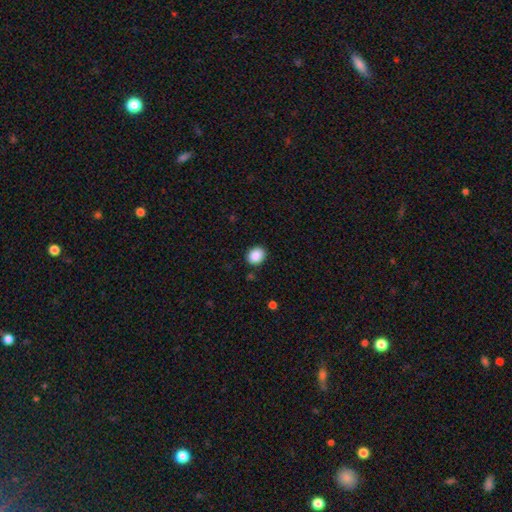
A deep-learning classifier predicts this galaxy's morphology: Smooth or featured?
  - smooth: 88% *
  - star or artifact: 8%
  - featured or disk: 3%
How rounded?
  - round: 59% *
  - in between: 41%
  - cigar-shaped: 1%
Merging?
  - none: 89% *
  - minor disturbance: 7%
  - major disturbance: 2%
  - merger: 1%